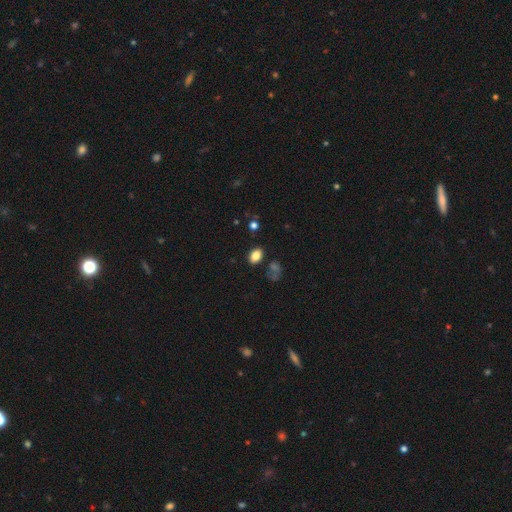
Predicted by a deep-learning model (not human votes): Smooth or featured? smooth (83%)
How rounded? in between (81%)
Merging? none (79%)